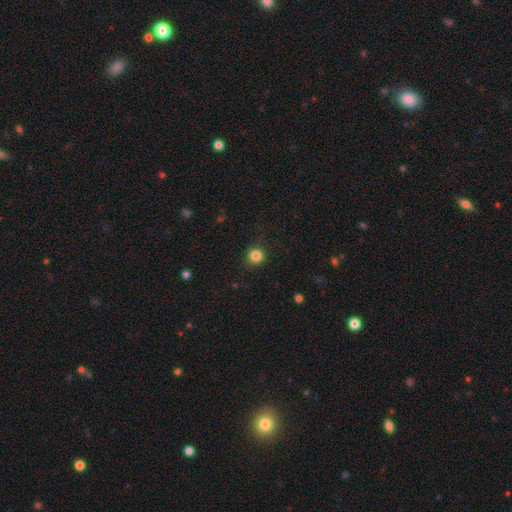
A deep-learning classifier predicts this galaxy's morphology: This is clearly a smooth galaxy (84%). How rounded: clearly round (93%). Merging: clearly none (88%).